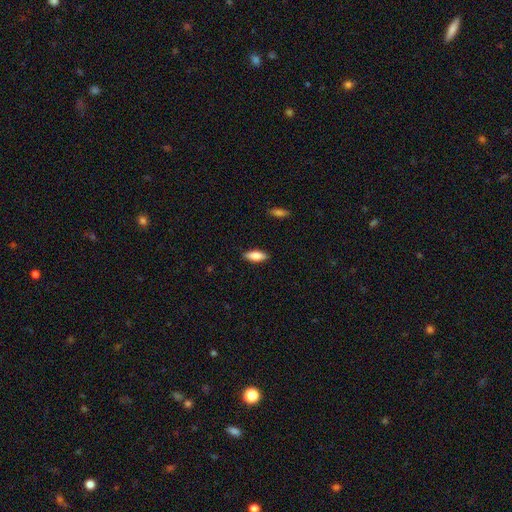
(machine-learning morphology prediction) Smooth or featured?
  - smooth: 84% *
  - featured or disk: 10%
  - star or artifact: 6%
How rounded?
  - in between: 77% *
  - cigar-shaped: 21%
  - round: 2%
Merging?
  - none: 88% *
  - minor disturbance: 9%
  - major disturbance: 2%
  - merger: 1%